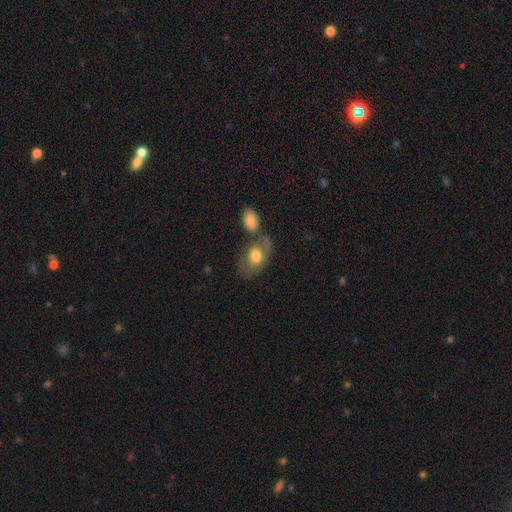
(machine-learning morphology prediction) This is likely a smooth galaxy (72%). How rounded: likely in between (79%). Merging: marginally none (44%).